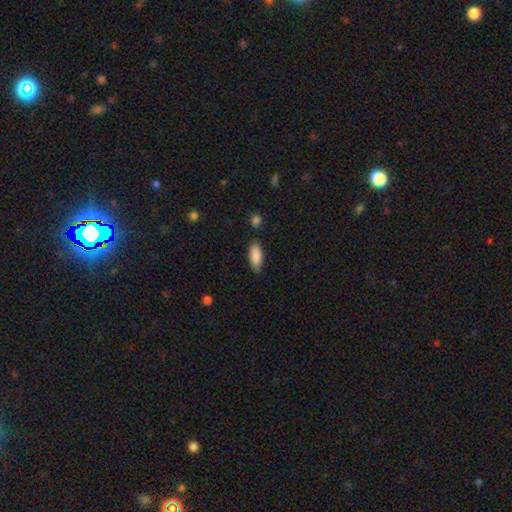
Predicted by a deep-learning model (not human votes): Morphology: type=smooth (89%); roundness=in between (82%); merging=none (81%).